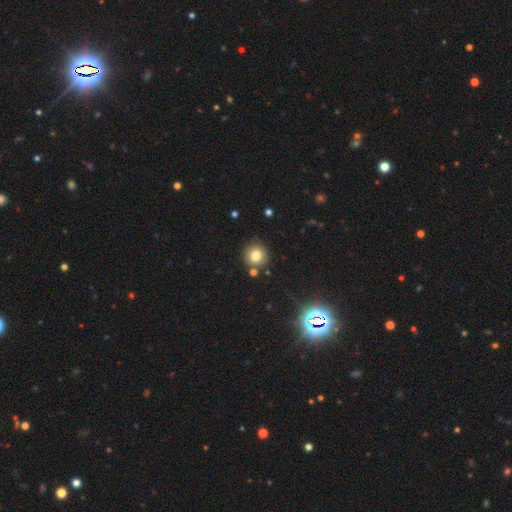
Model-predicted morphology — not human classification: Q: Smooth or featured?
A: smooth (77%); runner-up: star or artifact (14%)
Q: How rounded?
A: round (92%); runner-up: in between (7%)
Q: Merging?
A: none (84%); runner-up: minor disturbance (8%)